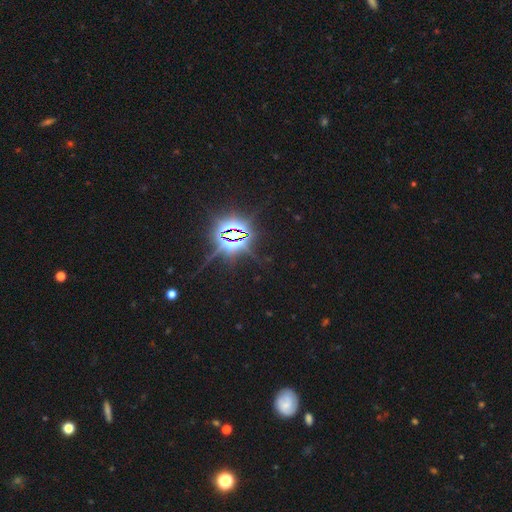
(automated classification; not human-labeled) Smooth or featured? star or artifact (85%)